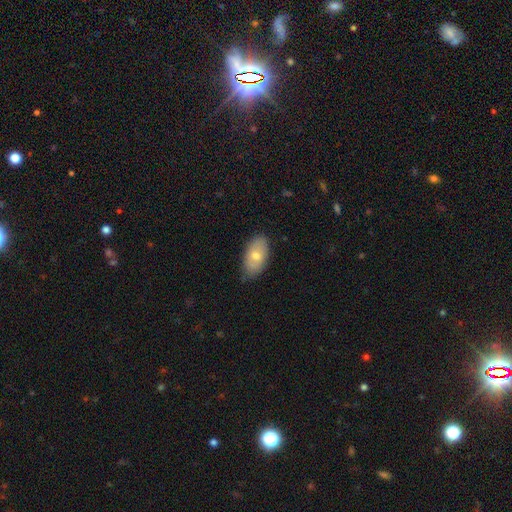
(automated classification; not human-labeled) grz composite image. It shows a smooth galaxy with no disk features (72%) that is in between round and cigar-shaped (93%). Merging: none (78%).